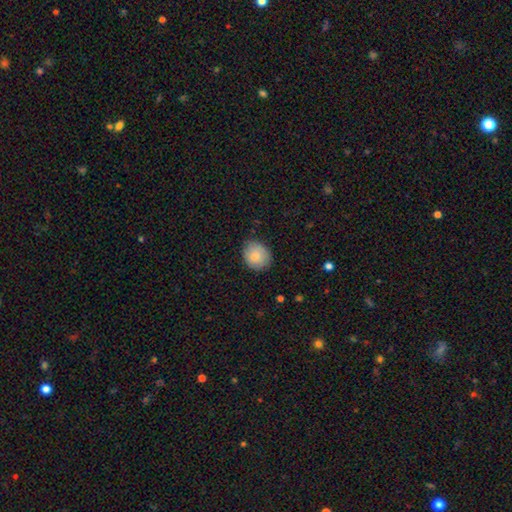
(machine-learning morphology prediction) Smooth or featured? smooth (84%)
How rounded? round (64%)
Merging? none (80%)